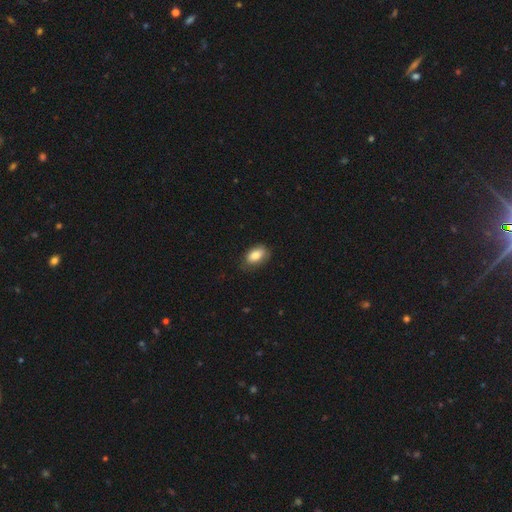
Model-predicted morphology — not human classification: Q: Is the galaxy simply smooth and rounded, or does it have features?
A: smooth — 84%.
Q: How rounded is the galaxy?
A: in between — 91%.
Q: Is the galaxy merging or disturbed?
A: none — 71%.